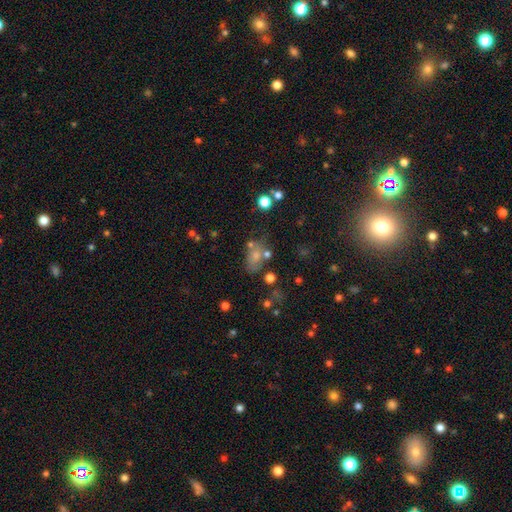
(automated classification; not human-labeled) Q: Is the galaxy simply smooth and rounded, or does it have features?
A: smooth — 63%.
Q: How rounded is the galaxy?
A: in between — 79%.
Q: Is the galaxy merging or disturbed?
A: none — 45%.